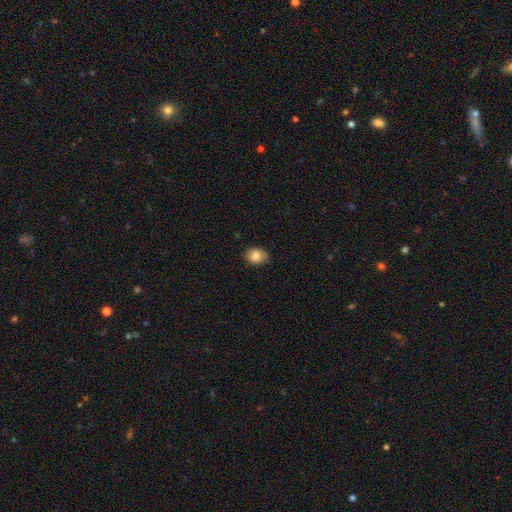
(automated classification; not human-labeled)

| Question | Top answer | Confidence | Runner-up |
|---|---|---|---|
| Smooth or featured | smooth | 84% | star or artifact (9%) |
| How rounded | in between | 57% | round (42%) |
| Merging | none | 81% | minor disturbance (15%) |